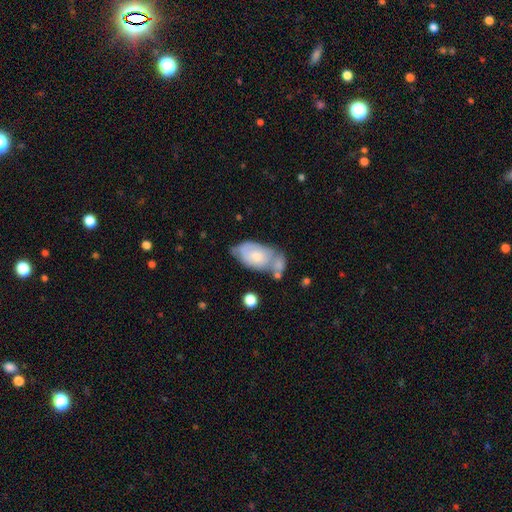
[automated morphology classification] smooth 56%, featured or disk 38%, star or artifact 6%. Down the decision tree: how rounded — in between (92%); merging — none (31%).